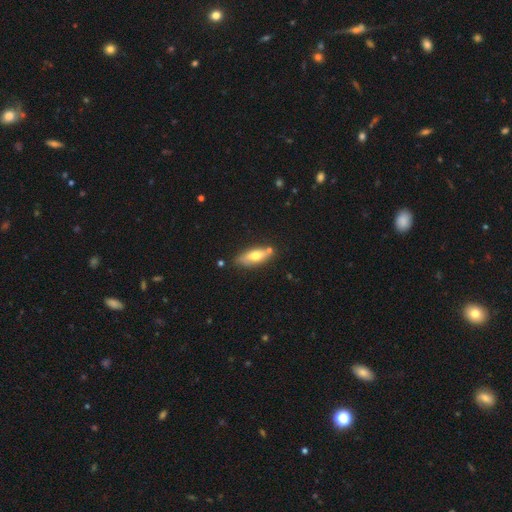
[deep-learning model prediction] A smooth galaxy with no disk features (59%) that is in between round and cigar-shaped (63%).

Vote fractions:
- Smooth or featured? smooth: 59% / featured or disk: 35% / star or artifact: 6%
- How rounded? in between: 63% / cigar-shaped: 34% / round: 3%
- Merging? none: 73% / minor disturbance: 16% / merger: 8% / major disturbance: 3%